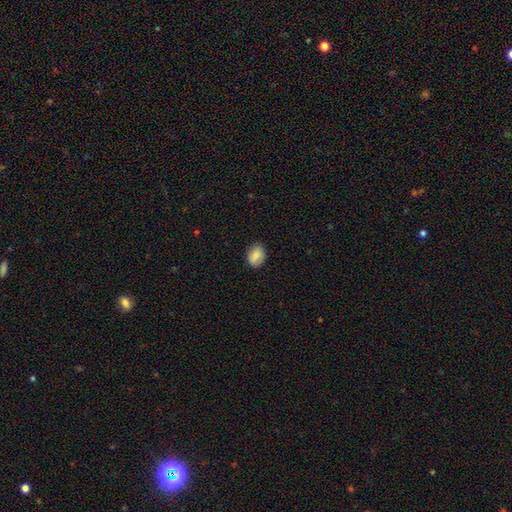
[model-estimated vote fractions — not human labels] The model was most divided on "how rounded": in between: 65%, round: 33%, cigar-shaped: 1%. More confident: merging — none (85%); smooth or featured — smooth (82%).